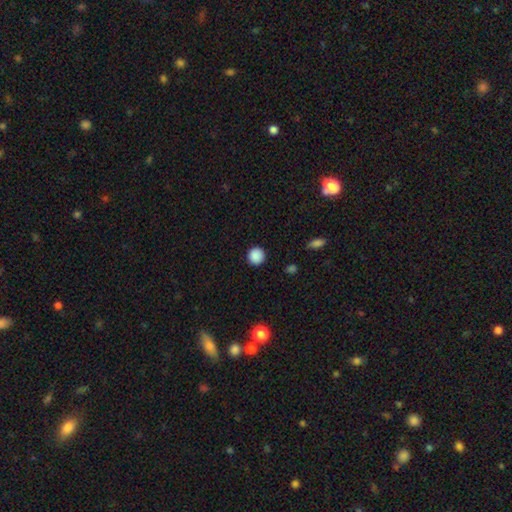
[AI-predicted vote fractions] Morphology: type=smooth (89%); roundness=round (94%); merging=none (92%).